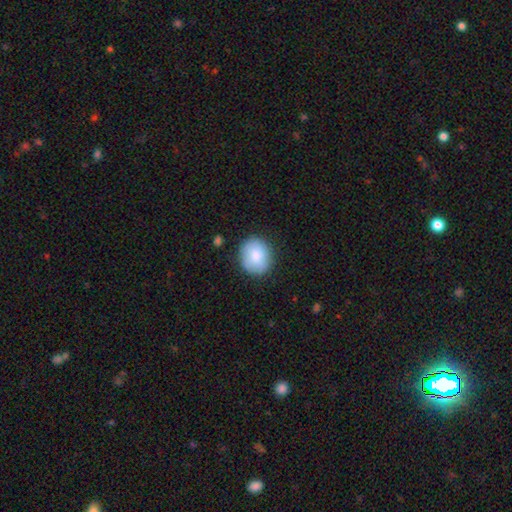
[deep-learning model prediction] Smooth or featured? smooth (83%)
How rounded? round (78%)
Merging? none (83%)